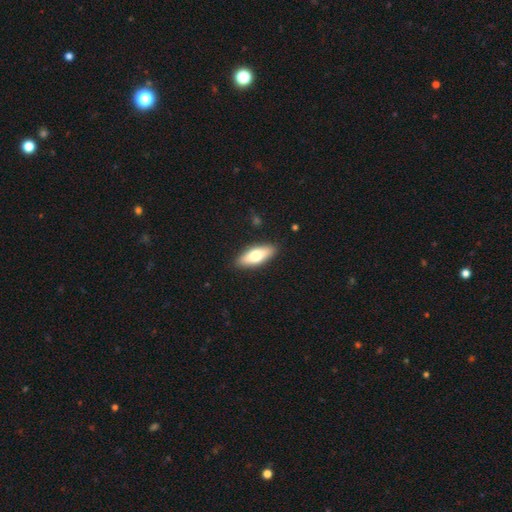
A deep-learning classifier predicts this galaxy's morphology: smooth-or-featured: smooth: 68% | featured or disk: 27% | star or artifact: 6%
  how-rounded: in between: 69% | cigar-shaped: 28% | round: 2%
  merging: none: 89% | minor disturbance: 8% | major disturbance: 2% | merger: 1%